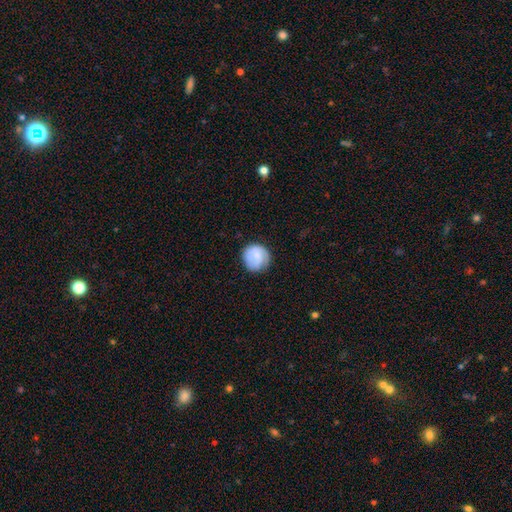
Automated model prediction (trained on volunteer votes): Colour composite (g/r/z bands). It shows a smooth galaxy with no disk features (72%) that is round (91%). Merging: none (76%).